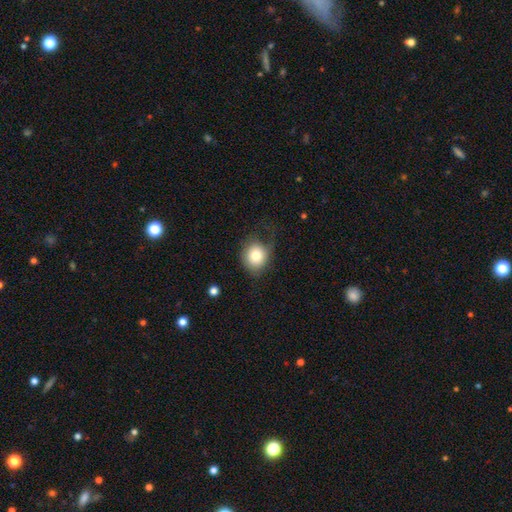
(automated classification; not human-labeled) Smooth or featured? Predicted: smooth (p=0.78). How rounded? Predicted: round (p=0.76). Merging? Predicted: none (p=0.57).